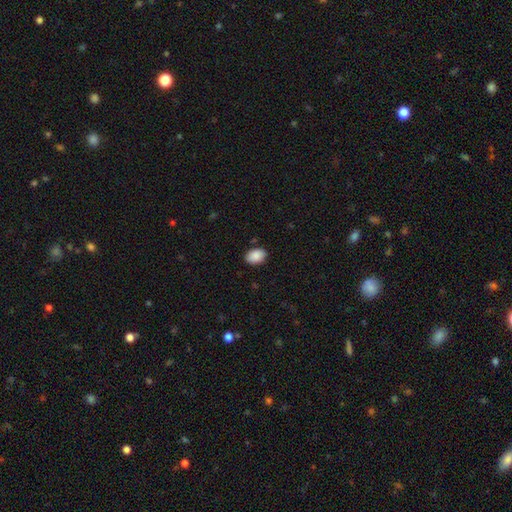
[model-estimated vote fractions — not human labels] Morphology: type=smooth (90%); roundness=in between (84%); merging=none (86%).